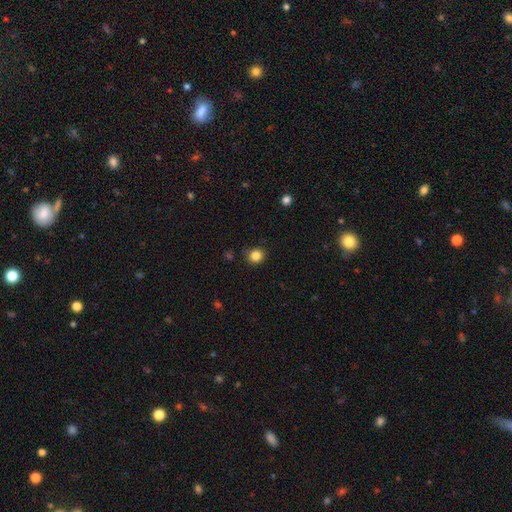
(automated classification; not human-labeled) Morphology: type=smooth (84%); roundness=round (89%); merging=none (86%).